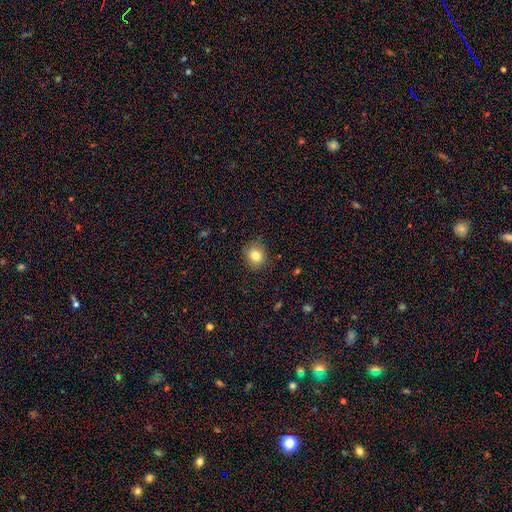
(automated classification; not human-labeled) The model was most divided on "how rounded": round: 80%, in between: 19%, cigar-shaped: 1%. More confident: merging — none (85%); smooth or featured — smooth (82%).